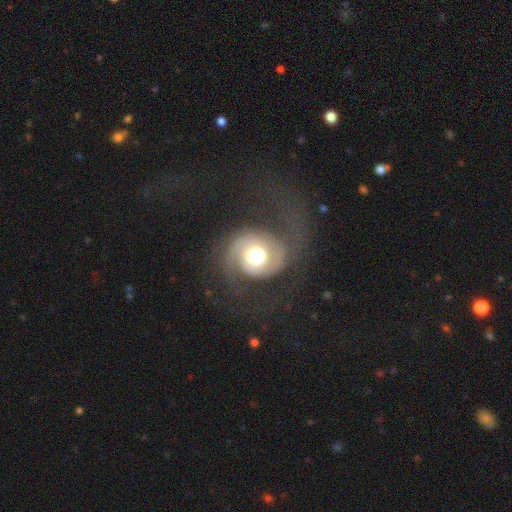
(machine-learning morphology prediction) type=featured or disk (74%); edge-on=no (98%); bar=no (74%); spiral arms=yes (90%); winding=medium (43%); arm count=2 (78%); bulge=moderate (60%); merging=none (57%).